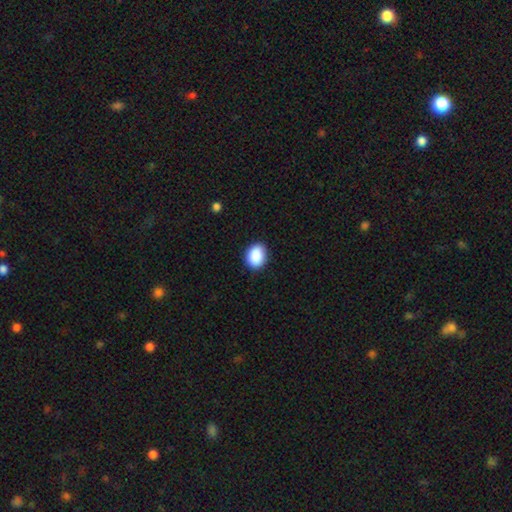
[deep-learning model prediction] Smooth or featured? Predicted: smooth (p=0.90). How rounded? Predicted: in between (p=0.66). Merging? Predicted: none (p=0.88).